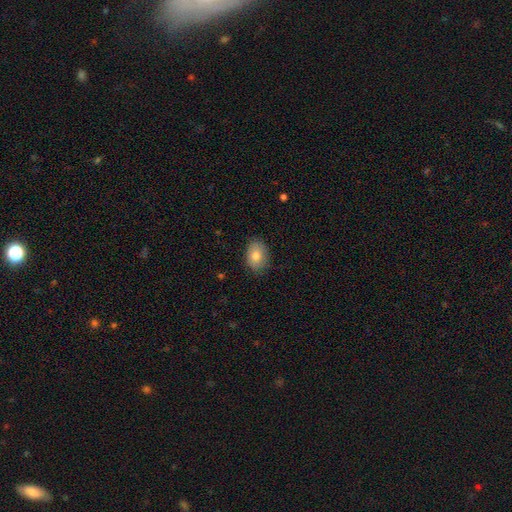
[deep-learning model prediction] Overall: smooth (81%). How rounded: in between (77%). Merging: none (84%).